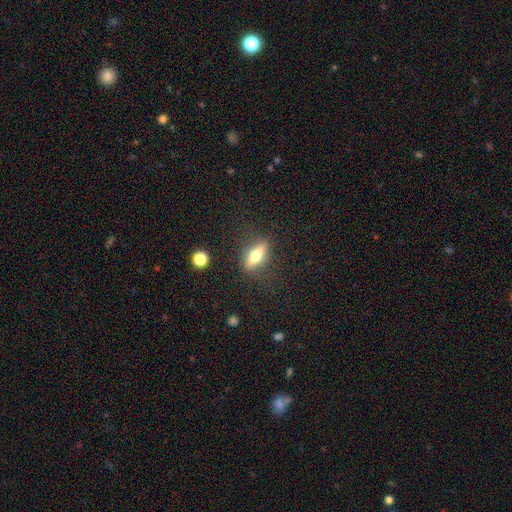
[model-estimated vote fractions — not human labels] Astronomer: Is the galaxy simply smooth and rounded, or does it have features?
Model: smooth — 53% (runner-up: featured or disk, 40%).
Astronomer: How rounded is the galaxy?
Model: in between — 55% (runner-up: cigar-shaped, 39%).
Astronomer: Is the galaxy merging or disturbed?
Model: none — 83%.